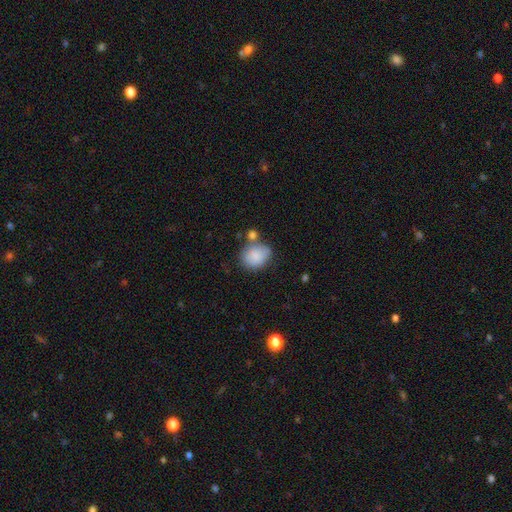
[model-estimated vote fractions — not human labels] This is clearly a smooth galaxy (84%). How rounded: possibly in between (52%). Merging: possibly none (54%).